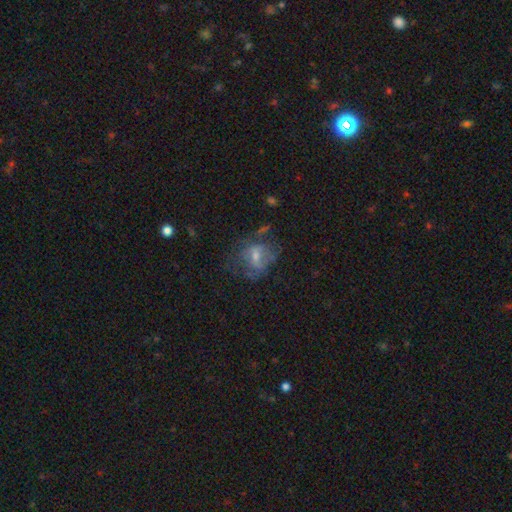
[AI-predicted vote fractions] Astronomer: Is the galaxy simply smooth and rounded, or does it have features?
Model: featured or disk — 50% (runner-up: smooth, 38%).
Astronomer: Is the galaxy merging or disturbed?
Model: none — 42% (runner-up: major disturbance, 31%).